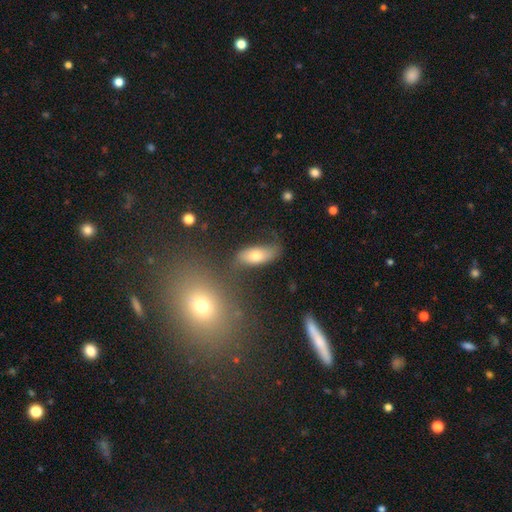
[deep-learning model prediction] smooth-or-featured: smooth: 63% | featured or disk: 27% | star or artifact: 10%
  how-rounded: in between: 84% | cigar-shaped: 11% | round: 5%
  merging: none: 54% | minor disturbance: 23% | major disturbance: 14% | merger: 9%